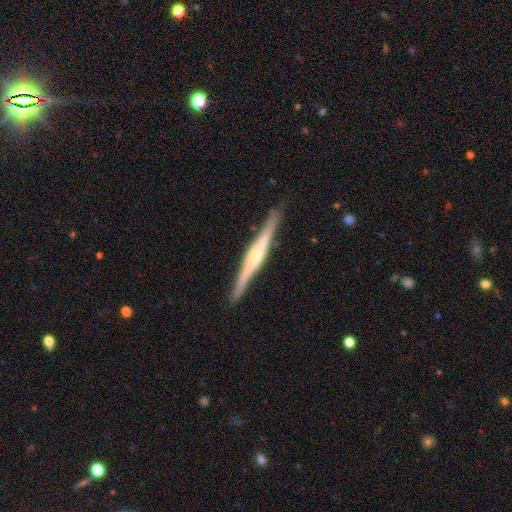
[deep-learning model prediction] smooth-or-featured: featured or disk: 81% | smooth: 14% | star or artifact: 5%
  disk-edge-on: yes: 98% | no: 2%
    edge-on-bulge: rounded: 72% | boxy: 17% | none: 11%
  merging: none: 89% | minor disturbance: 8% | major disturbance: 2% | merger: 1%